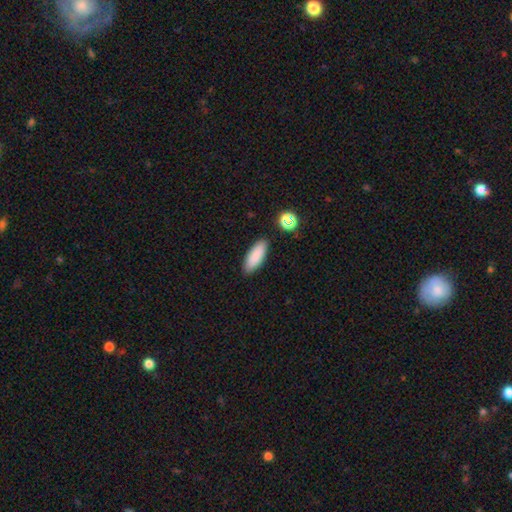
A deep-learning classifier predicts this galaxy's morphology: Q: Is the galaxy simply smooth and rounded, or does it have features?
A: smooth — 87%.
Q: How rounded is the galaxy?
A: in between — 71%.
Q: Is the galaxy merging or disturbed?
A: none — 87%.